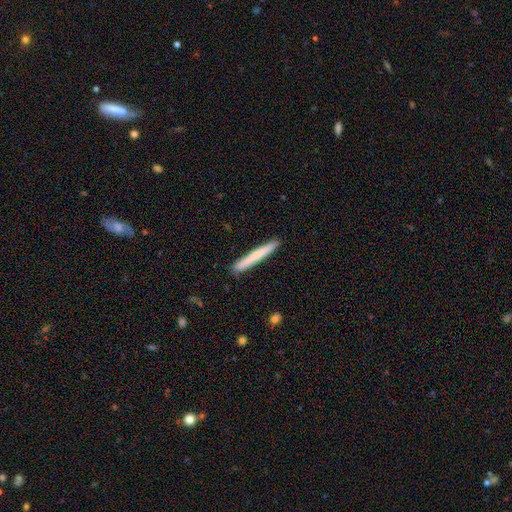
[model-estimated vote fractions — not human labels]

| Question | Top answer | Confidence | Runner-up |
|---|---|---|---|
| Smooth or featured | smooth | 68% | featured or disk (26%) |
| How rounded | cigar-shaped | 97% | in between (2%) |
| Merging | none | 91% | minor disturbance (7%) |